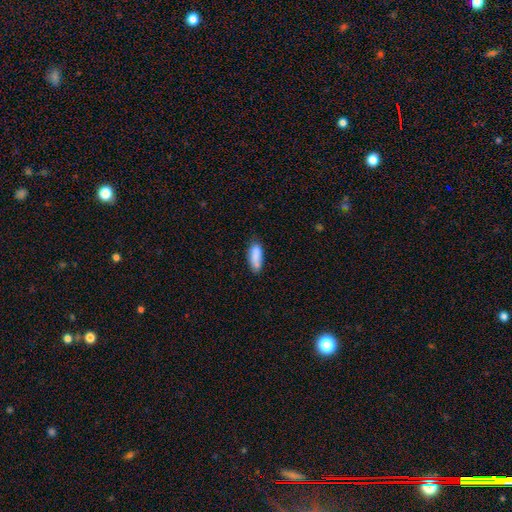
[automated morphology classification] smooth-or-featured: smooth: 82% | featured or disk: 10% | star or artifact: 7%
  how-rounded: in between: 68% | cigar-shaped: 30% | round: 2%
  merging: none: 66% | minor disturbance: 24% | merger: 6% | major disturbance: 5%